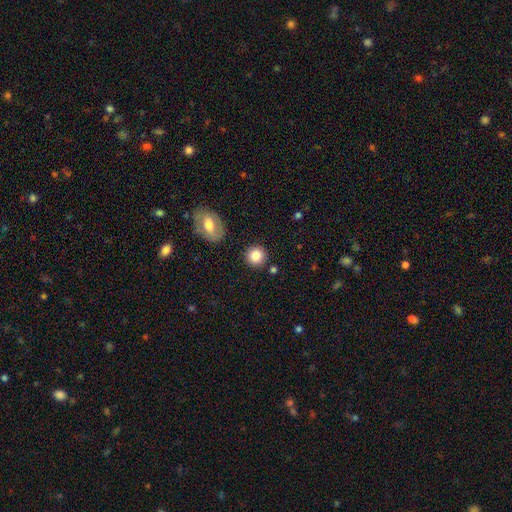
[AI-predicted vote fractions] The model was most divided on "smooth or featured": smooth: 83%, star or artifact: 9%, featured or disk: 7%. More confident: how rounded — round (92%); merging — none (87%).